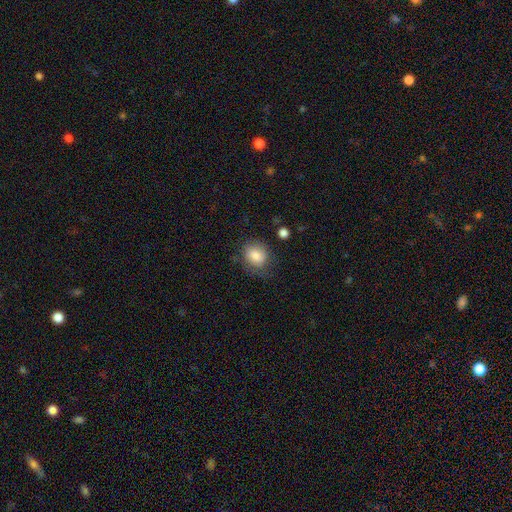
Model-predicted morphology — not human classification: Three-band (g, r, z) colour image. It shows a smooth galaxy with no disk features (81%) that is round (62%). Merging: none (66%).